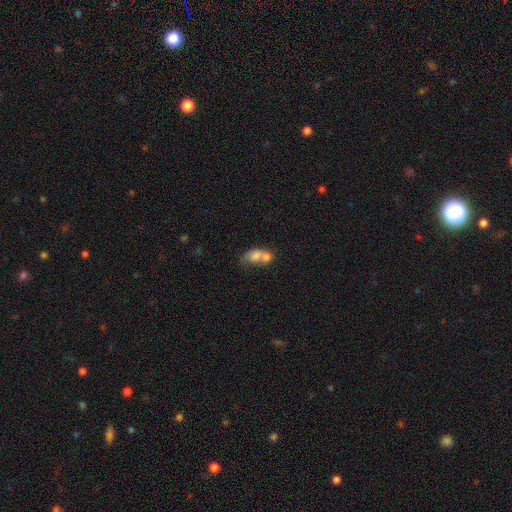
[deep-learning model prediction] This appears to be a smooth galaxy with no disk features (71%) that is in between round and cigar-shaped (68%). Merging: merger (70%).